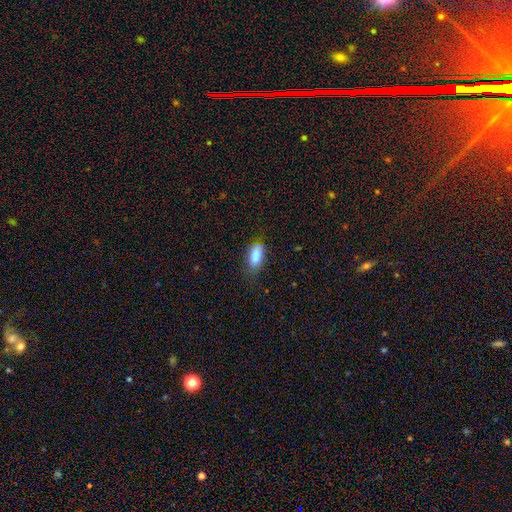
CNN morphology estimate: Smooth or featured? smooth (83%)
How rounded? in between (86%)
Merging? none (63%)